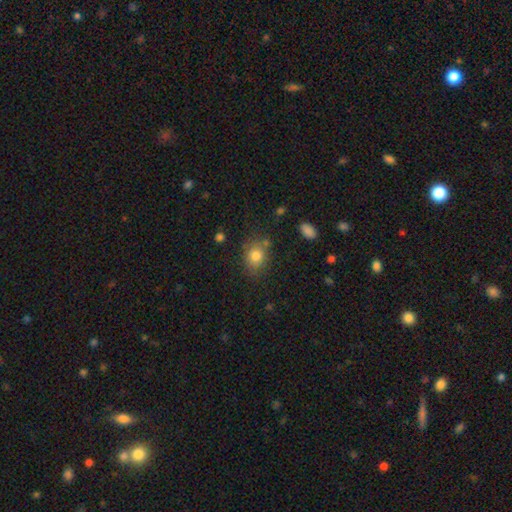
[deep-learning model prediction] Morphology: type=smooth (81%); roundness=round (51%); merging=none (71%).